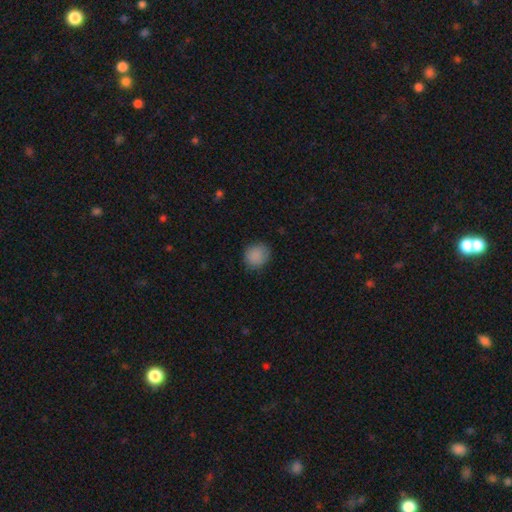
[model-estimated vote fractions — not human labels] Smooth or featured: smooth — 88% (star or artifact — 8%)
How rounded: round — 83% (in between — 16%)
Merging: none — 84% (minor disturbance — 13%)